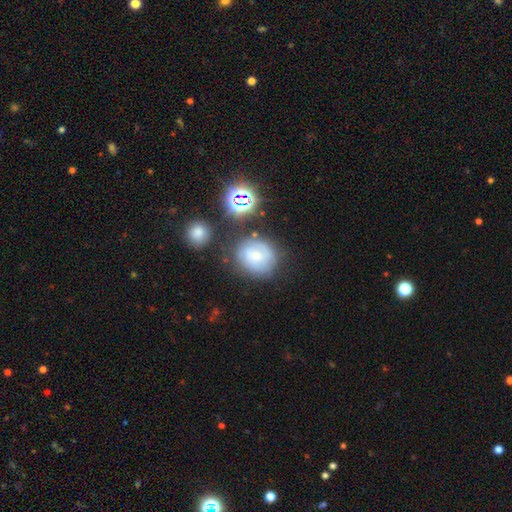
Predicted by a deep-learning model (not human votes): featured or disk 43% (tied), smooth 43% (tied), star or artifact 14%. Down the decision tree: merging — none (67%).